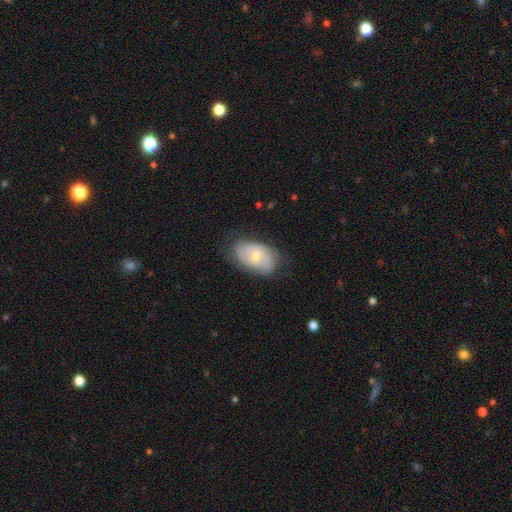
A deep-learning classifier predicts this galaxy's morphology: smooth-or-featured: featured or disk: 55% | smooth: 38% | star or artifact: 6%
  disk-edge-on: no: 94% | yes: 6%
    bar: no: 65% | weak: 30% | strong: 5%
    has-spiral-arms: yes: 72% | no: 28%
    bulge-size: moderate: 58% | small: 38% | large: 2% | none: 1% | dominant: 1%
  merging: none: 69% | minor disturbance: 23% | major disturbance: 7% | merger: 1%